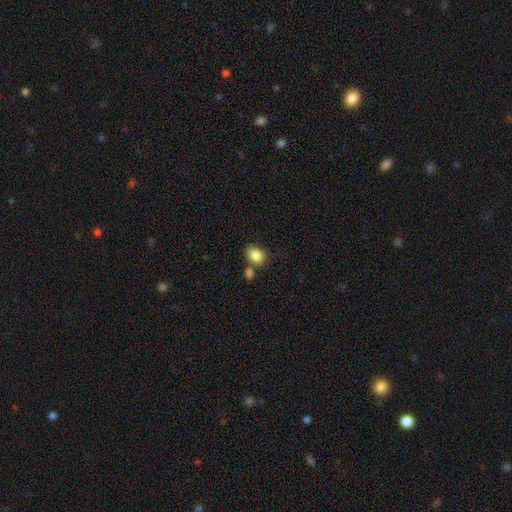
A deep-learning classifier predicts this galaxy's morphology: Overall: smooth (86%). How rounded: in between (66%; round 33%). Merging: none (59%; merger 24%).